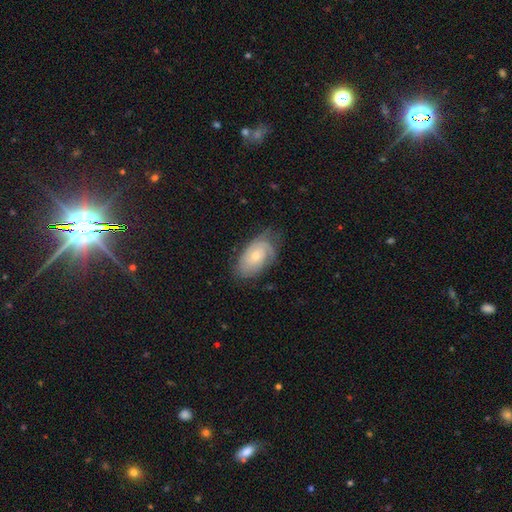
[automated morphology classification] Q: Smooth or featured?
A: featured or disk (66%); runner-up: smooth (28%)
Q: Edge-on disk?
A: no (95%); runner-up: yes (5%)
Q: Bar?
A: no (75%); runner-up: weak (22%)
Q: Spiral arms?
A: yes (88%); runner-up: no (12%)
Q: Spiral winding?
A: tight (63%); runner-up: medium (28%)
Q: Spiral arm count?
A: can't tell (40%); runner-up: 2 (30%)
Q: Bulge size?
A: small (53%); runner-up: moderate (43%)
Q: Merging?
A: none (61%); runner-up: minor disturbance (28%)